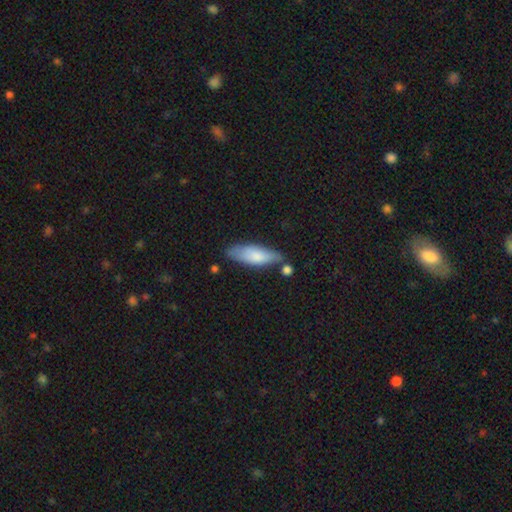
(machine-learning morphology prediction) This is likely a smooth galaxy (73%). How rounded: possibly in between (56%). Merging: likely none (70%).